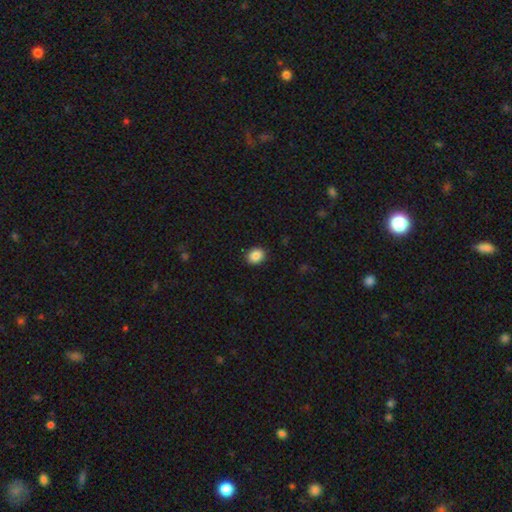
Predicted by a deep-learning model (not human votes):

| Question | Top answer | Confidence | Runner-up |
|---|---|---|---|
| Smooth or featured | smooth | 87% | star or artifact (9%) |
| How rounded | round | 57% | in between (43%) |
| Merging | none | 90% | minor disturbance (7%) |